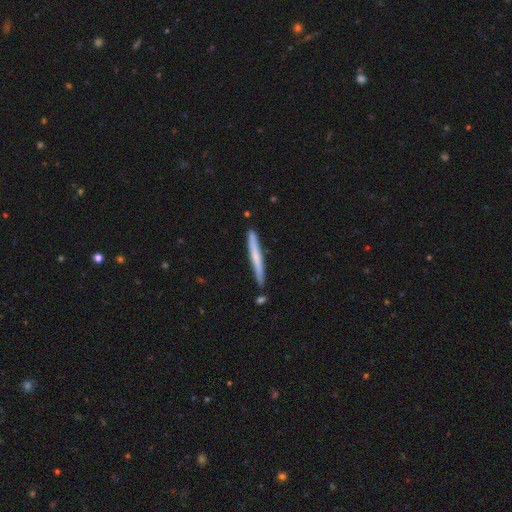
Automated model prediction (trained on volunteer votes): Q: Smooth or featured?
A: smooth (56%); runner-up: featured or disk (39%)
Q: How rounded?
A: cigar-shaped (97%); runner-up: in between (2%)
Q: Merging?
A: none (84%); runner-up: minor disturbance (10%)